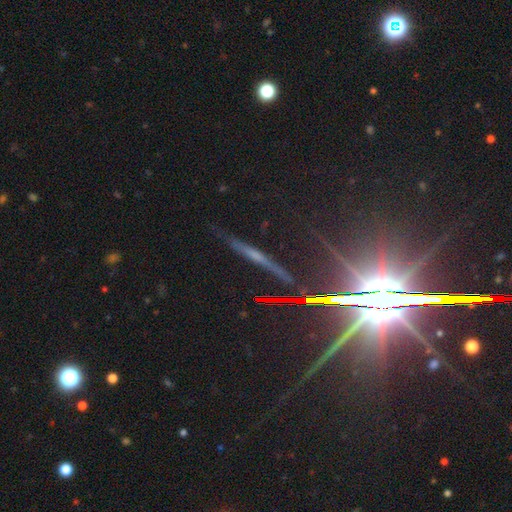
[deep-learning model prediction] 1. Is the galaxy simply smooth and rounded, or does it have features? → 52% featured or disk, 34% star or artifact, 13% smooth.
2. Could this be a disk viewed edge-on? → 90% yes, 10% no.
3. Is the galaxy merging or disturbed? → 84% none, 10% minor disturbance, 3% major disturbance, 2% merger.